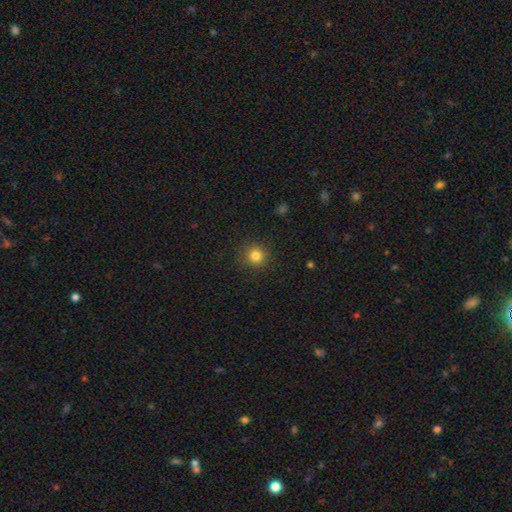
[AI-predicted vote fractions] This appears to be a smooth galaxy with no disk features (82%) that is round (93%). Merging: none (89%).